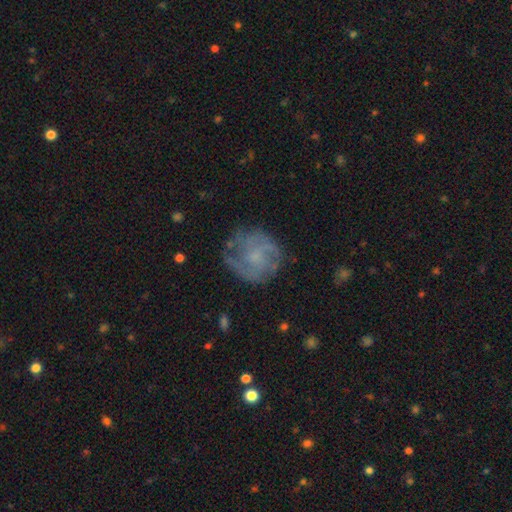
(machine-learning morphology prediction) This is likely a featured or disk galaxy (68%). It is clearly not viewed edge-on (98%). Bar: likely no (67%). Spiral arm pattern: clearly yes (81%). Spiral arm count: marginally 2 (33%). Spiral winding: marginally medium (42%). Central bulge: marginally small (39%). Merging: likely none (70%).